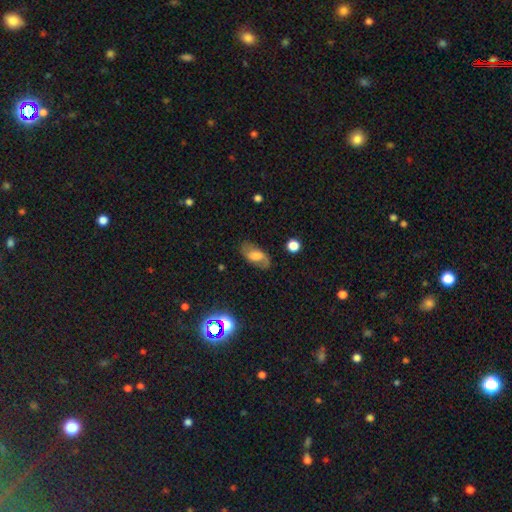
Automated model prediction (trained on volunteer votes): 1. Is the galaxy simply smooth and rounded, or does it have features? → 53% featured or disk, 38% smooth, 10% star or artifact.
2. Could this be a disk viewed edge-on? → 93% no, 7% yes.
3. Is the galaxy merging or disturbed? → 75% none, 17% minor disturbance, 6% major disturbance, 2% merger.